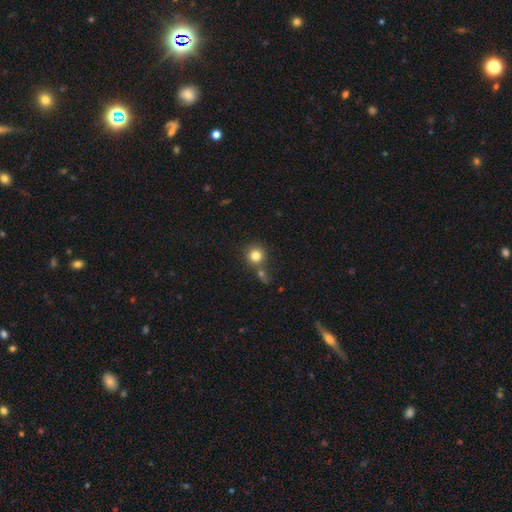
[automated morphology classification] A smooth galaxy with no disk features (81%) that is round (91%).

Vote fractions:
- Smooth or featured? smooth: 81% / star or artifact: 11% / featured or disk: 8%
- How rounded? round: 91% / in between: 8% / cigar-shaped: 1%
- Merging? none: 66% / merger: 20% / minor disturbance: 10% / major disturbance: 4%